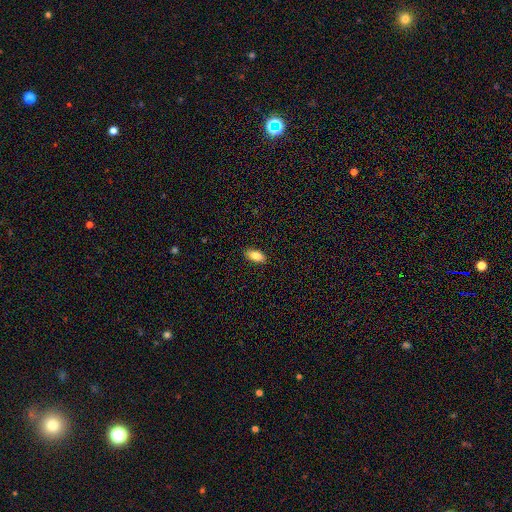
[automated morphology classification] smooth 84%, featured or disk 9%, star or artifact 7%. Down the decision tree: how rounded — in between (91%); merging — none (89%).